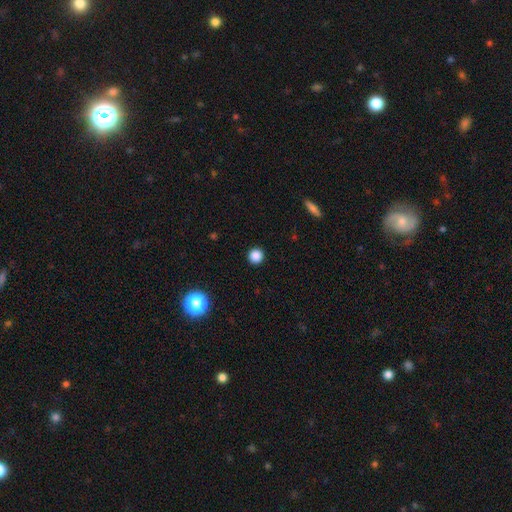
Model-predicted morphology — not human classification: smooth-or-featured: smooth: 86% | star or artifact: 11% | featured or disk: 3%
  how-rounded: round: 95% | in between: 4% | cigar-shaped: 1%
  merging: none: 93% | minor disturbance: 4% | major disturbance: 2% | merger: 1%